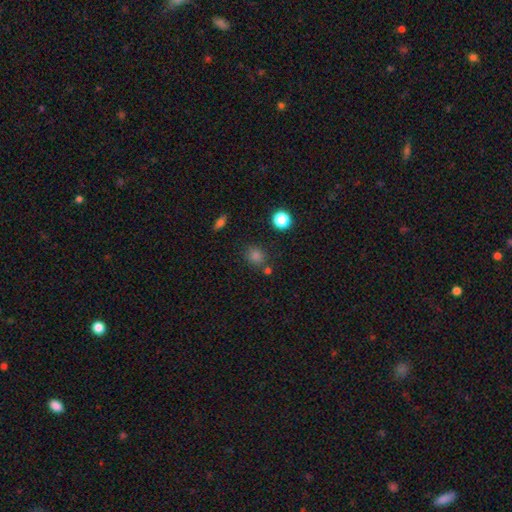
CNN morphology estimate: Smooth or featured: smooth — 75% (star or artifact — 20%)
How rounded: round — 75% (in between — 24%)
Merging: none — 77% (minor disturbance — 11%)